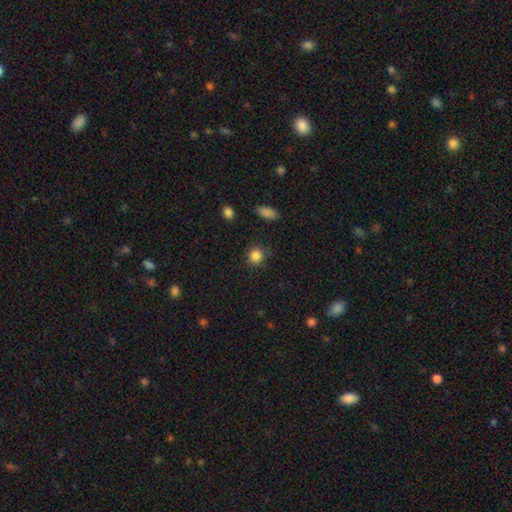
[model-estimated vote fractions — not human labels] This appears to be a smooth galaxy with no disk features (85%) that is round (89%). Merging: none (84%).